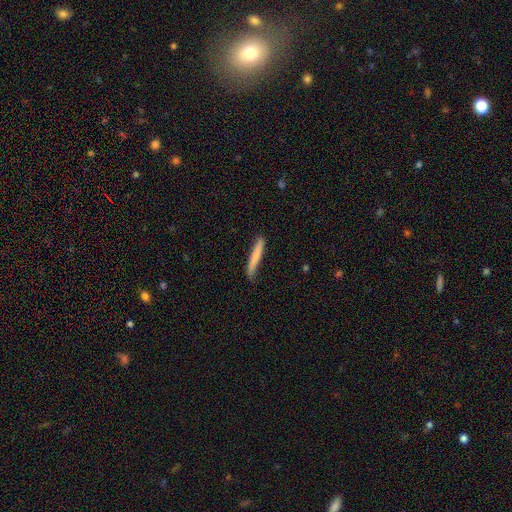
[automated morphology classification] smooth_or_featured: smooth (p=0.73) [alt: featured or disk p=0.22]
how_rounded: cigar-shaped (p=0.96) [alt: in between p=0.03]
merging: none (p=0.81) [alt: minor disturbance p=0.15]